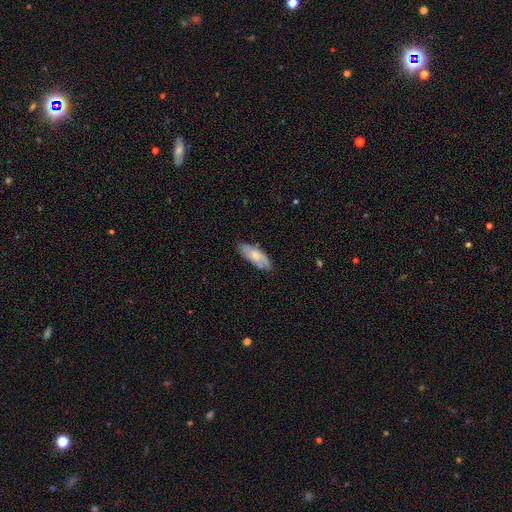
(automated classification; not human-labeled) Overall: smooth (63%; featured or disk 31%). How rounded: in between (76%). Merging: none (72%).